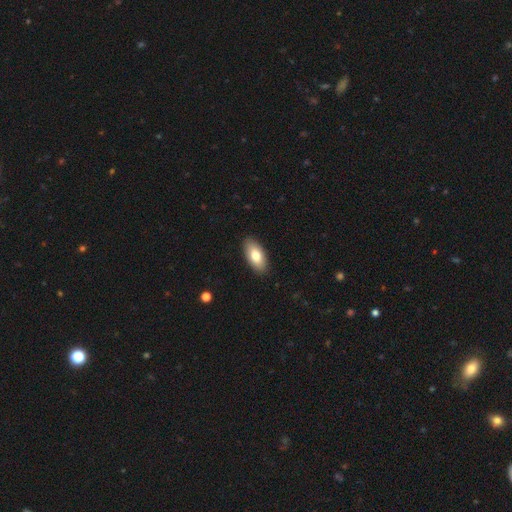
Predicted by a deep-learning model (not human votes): Overall: smooth (79%). How rounded: in between (92%). Merging: none (89%).